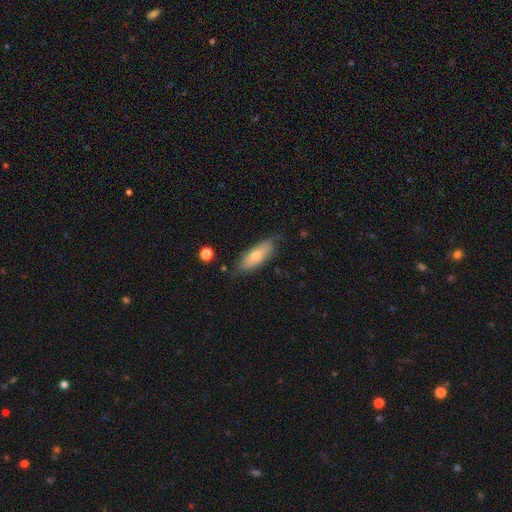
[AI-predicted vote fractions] A smooth galaxy with no disk features (65%) that is in between round and cigar-shaped (69%).

Vote fractions:
- Smooth or featured? smooth: 65% / featured or disk: 29% / star or artifact: 6%
- How rounded? in between: 69% / cigar-shaped: 28% / round: 2%
- Merging? none: 70% / minor disturbance: 24% / major disturbance: 5% / merger: 2%